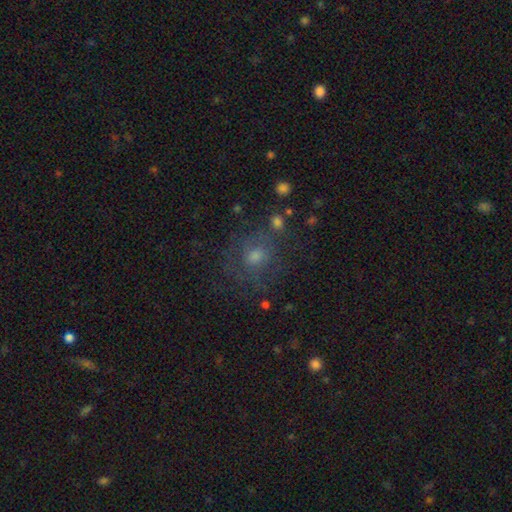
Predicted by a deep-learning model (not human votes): This appears to be a smooth galaxy with no disk features (50%) that is round (80%). Merging: none (67%).